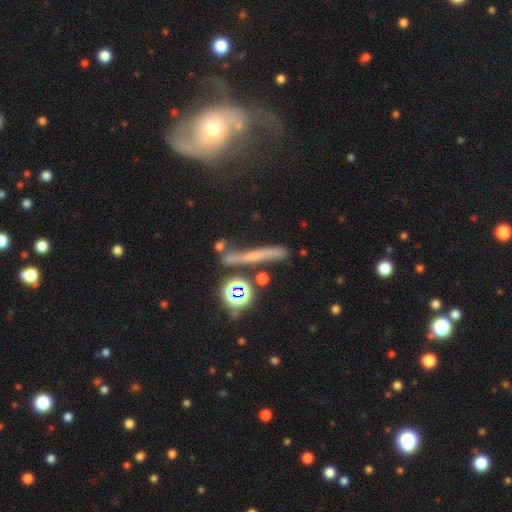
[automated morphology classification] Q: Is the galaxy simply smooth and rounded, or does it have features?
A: smooth — 39%.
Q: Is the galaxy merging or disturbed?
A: none — 71%.